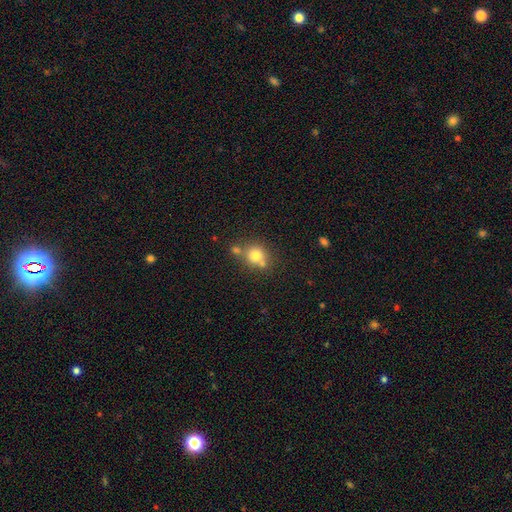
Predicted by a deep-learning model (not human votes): Q: Smooth or featured?
A: smooth (75%); runner-up: star or artifact (13%)
Q: How rounded?
A: round (83%); runner-up: in between (16%)
Q: Merging?
A: none (56%); runner-up: merger (28%)